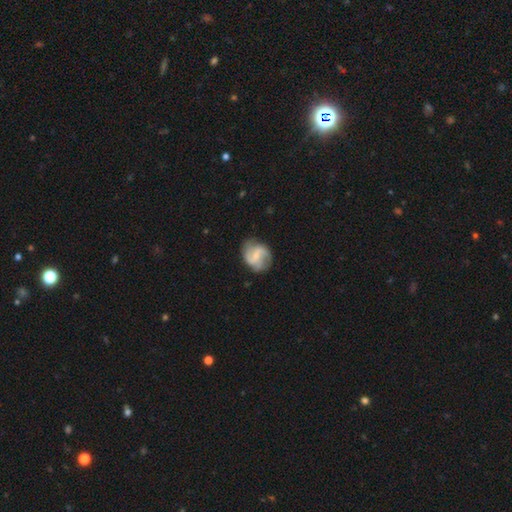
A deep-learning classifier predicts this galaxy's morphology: type=featured or disk (80%); edge-on=no (98%); bar=weak (52%); spiral arms=yes (95%); winding=medium (46%); arm count=2 (64%); bulge=small (62%); merging=none (74%).